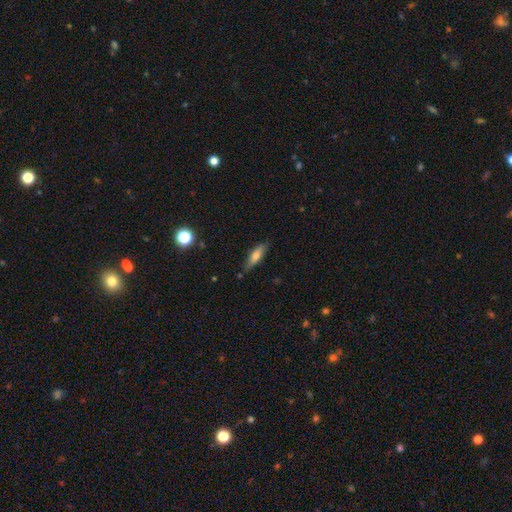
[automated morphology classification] smooth 67%, featured or disk 25%, star or artifact 8%. Down the decision tree: how rounded — cigar-shaped (55%); merging — none (79%).